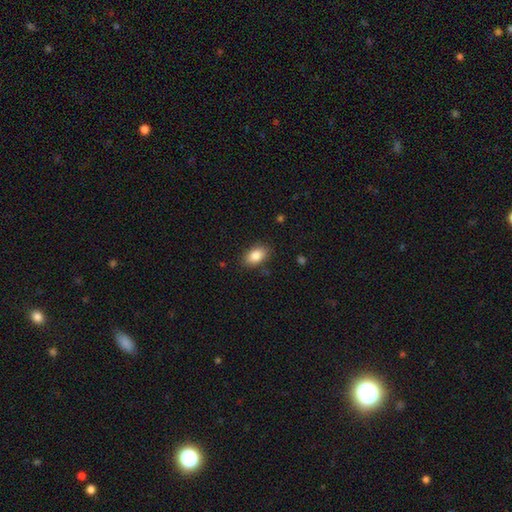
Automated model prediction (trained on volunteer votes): Smooth or featured?
  - smooth: 85% *
  - star or artifact: 8%
  - featured or disk: 7%
How rounded?
  - in between: 89% *
  - round: 8%
  - cigar-shaped: 2%
Merging?
  - none: 85% *
  - minor disturbance: 11%
  - major disturbance: 3%
  - merger: 1%